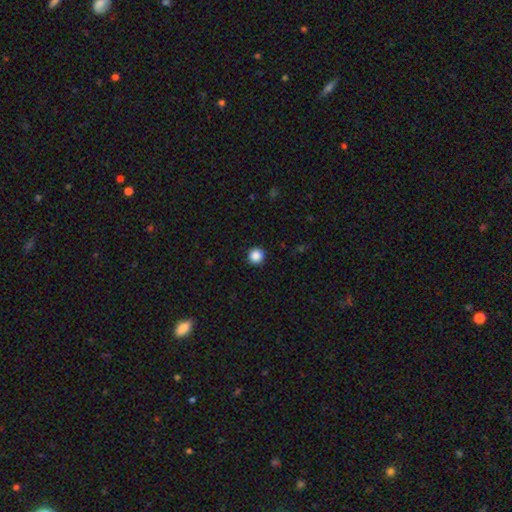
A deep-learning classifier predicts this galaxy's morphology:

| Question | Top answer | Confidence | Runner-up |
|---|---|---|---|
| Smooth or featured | smooth | 87% | star or artifact (10%) |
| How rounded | round | 96% | in between (3%) |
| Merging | none | 93% | minor disturbance (4%) |